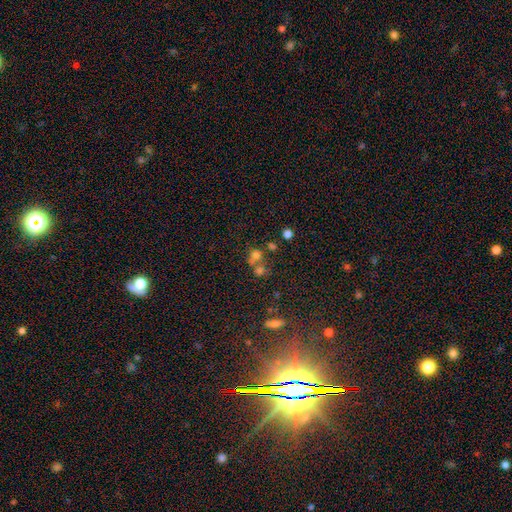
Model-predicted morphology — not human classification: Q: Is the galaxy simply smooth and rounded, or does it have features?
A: smooth — 65%.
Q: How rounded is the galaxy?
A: round — 79%.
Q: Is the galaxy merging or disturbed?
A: merger — 48%.